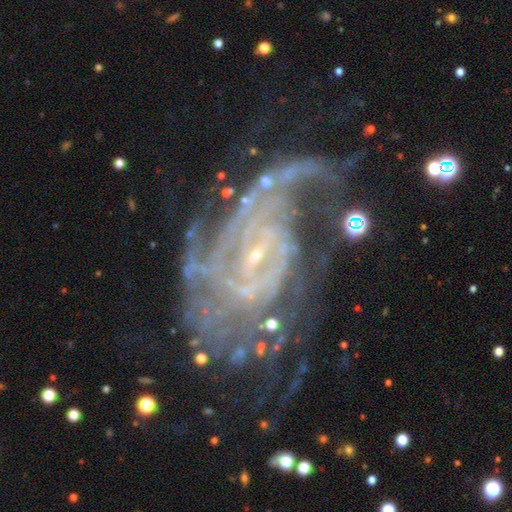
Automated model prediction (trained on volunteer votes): featured or disk 88%, star or artifact 8%, smooth 4%. Down the decision tree: edge-on disk — no (97%); bar — no (43%); spiral arms — yes (95%); spiral arm count — can't tell (28%); spiral winding — tight (50%); bulge size — small (83%); merging — none (45%).